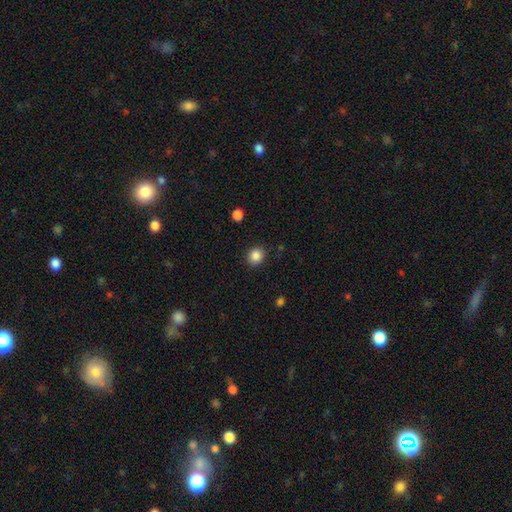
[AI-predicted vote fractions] smooth 86%, star or artifact 10%, featured or disk 4%. Down the decision tree: how rounded — round (82%); merging — none (89%).